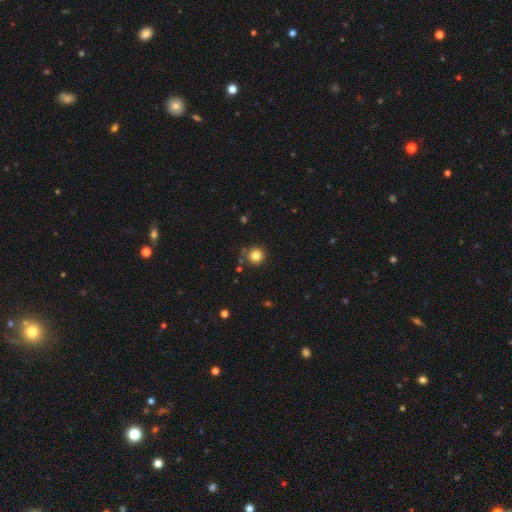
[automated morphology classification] This appears to be a smooth galaxy with no disk features (82%) that is round (94%). Merging: none (82%).